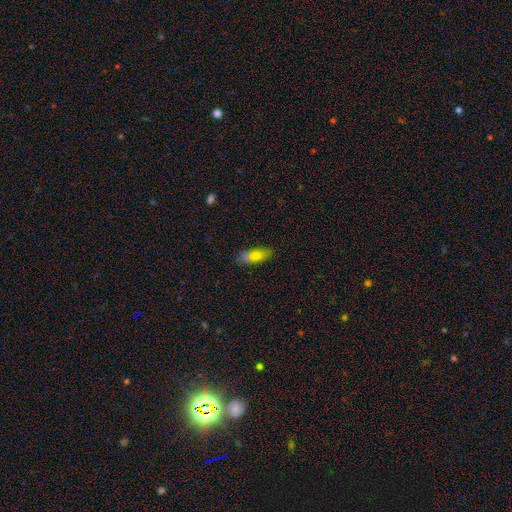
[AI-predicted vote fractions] This is likely a smooth galaxy (68%). How rounded: likely in between (70%). Merging: likely none (60%).